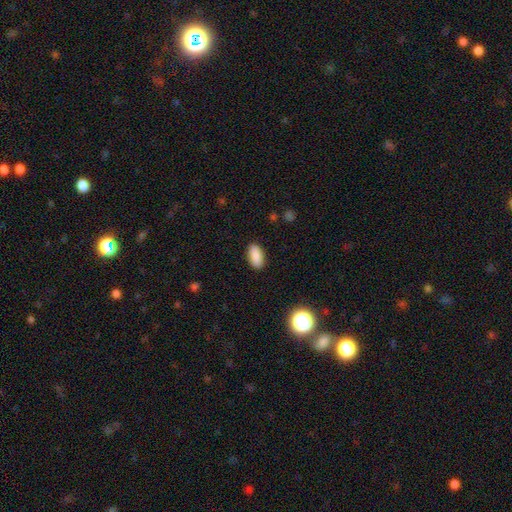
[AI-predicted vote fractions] Overall: smooth (88%). How rounded: in between (90%). Merging: none (89%).